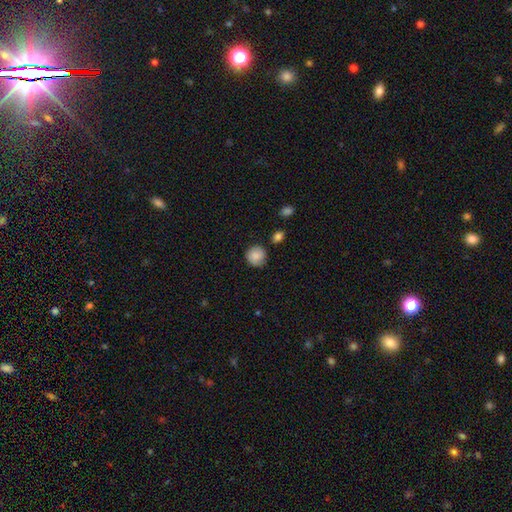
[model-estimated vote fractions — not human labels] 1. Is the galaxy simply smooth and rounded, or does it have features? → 85% smooth, 8% star or artifact, 7% featured or disk.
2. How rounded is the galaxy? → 91% round, 8% in between, 1% cigar-shaped.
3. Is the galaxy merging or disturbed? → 79% none, 15% minor disturbance, 3% major disturbance, 3% merger.